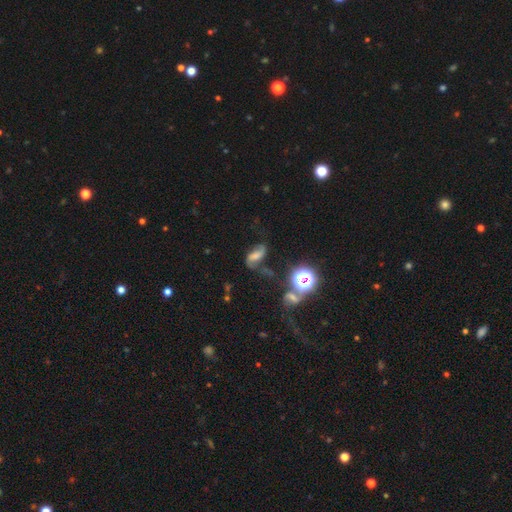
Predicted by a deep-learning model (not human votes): Overall: featured or disk (57%; smooth 25%). Edge-on disk: no (95%). Bar: weak (39%; no 35%). Spiral arms: yes (89%). Bulge size: moderate (33%; small 24%). Merging: none (50%; minor disturbance 21%).